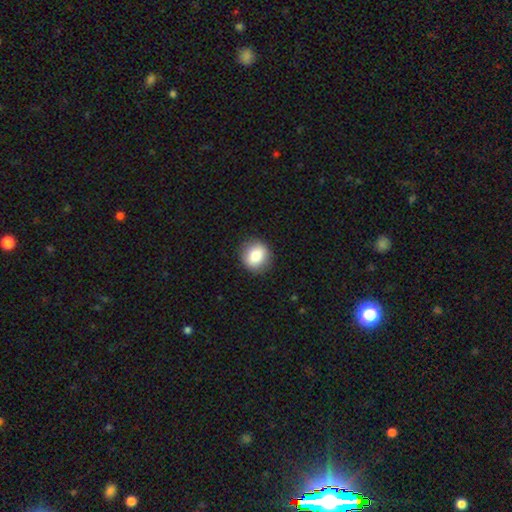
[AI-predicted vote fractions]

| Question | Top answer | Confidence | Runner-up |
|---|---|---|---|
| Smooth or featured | smooth | 83% | featured or disk (9%) |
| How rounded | round | 81% | in between (18%) |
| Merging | none | 89% | minor disturbance (8%) |